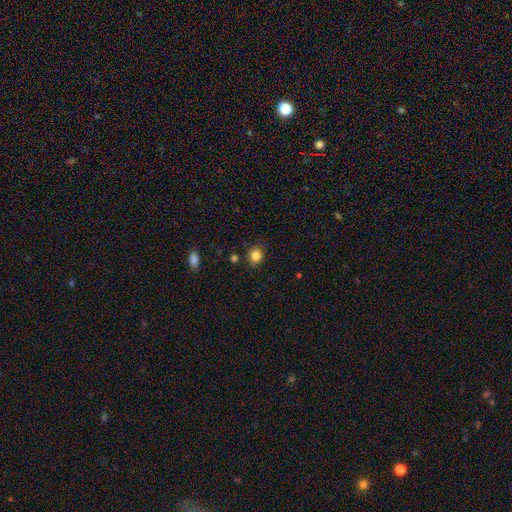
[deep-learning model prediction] Smooth or featured: smooth — 84% (star or artifact — 11%)
How rounded: round — 80% (in between — 19%)
Merging: none — 85% (minor disturbance — 10%)